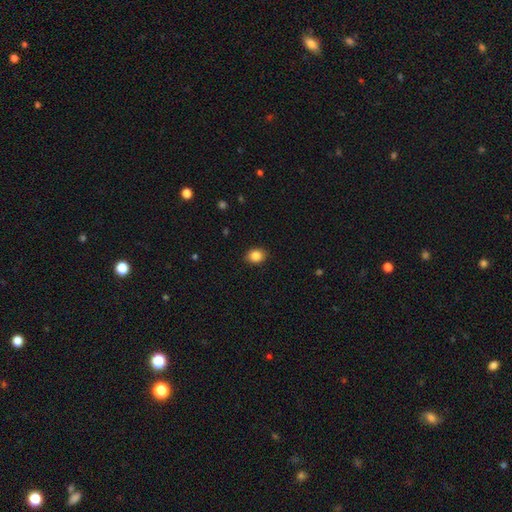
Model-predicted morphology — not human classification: Q: Smooth or featured?
A: smooth (86%); runner-up: star or artifact (9%)
Q: How rounded?
A: in between (52%); runner-up: round (47%)
Q: Merging?
A: none (89%); runner-up: minor disturbance (8%)